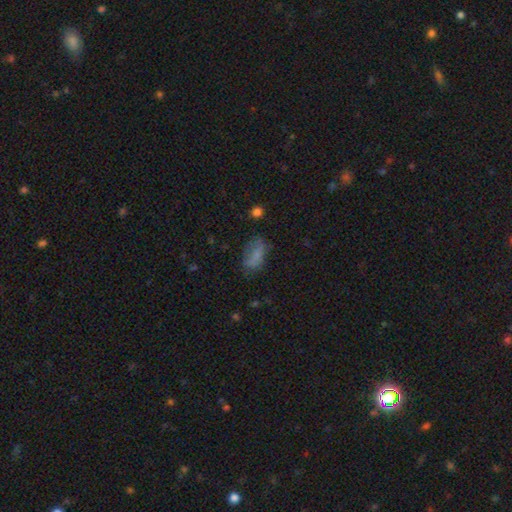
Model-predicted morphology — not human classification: type=smooth (68%); roundness=in between (86%); merging=none (53%).